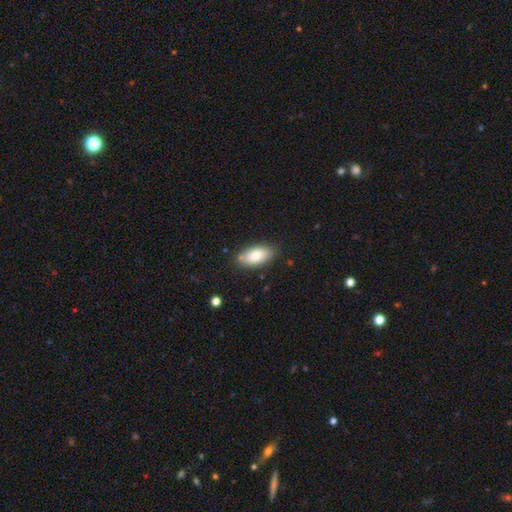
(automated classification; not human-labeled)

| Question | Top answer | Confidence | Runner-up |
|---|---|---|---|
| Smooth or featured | smooth | 83% | featured or disk (10%) |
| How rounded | in between | 90% | cigar-shaped (7%) |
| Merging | none | 80% | minor disturbance (14%) |